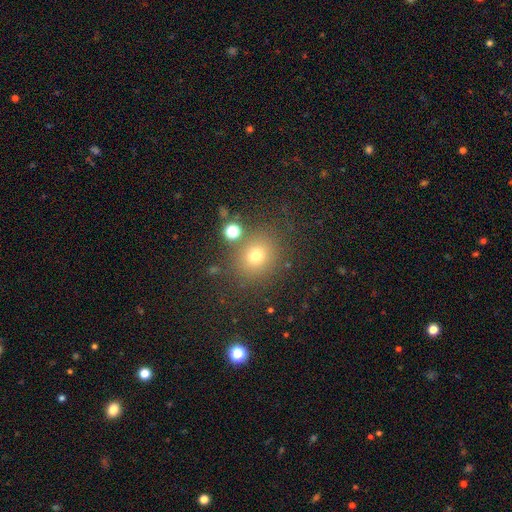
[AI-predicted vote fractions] Overall: smooth (70%). How rounded: round (81%). Merging: none (78%).